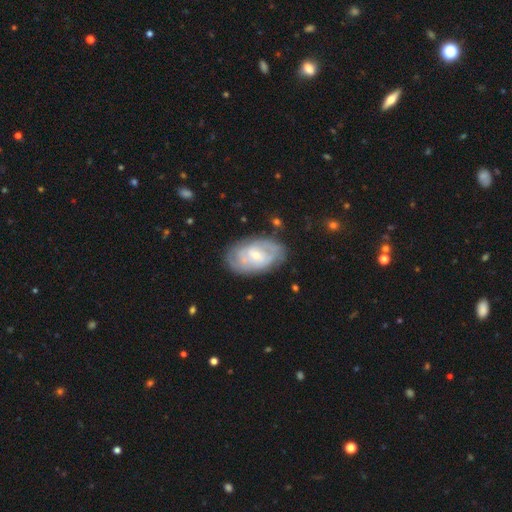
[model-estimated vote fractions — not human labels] Smooth or featured? featured or disk (74%)
Edge-on disk? no (96%)
Bar? weak (44%)
Spiral arms? yes (83%)
Spiral winding? tight (62%)
Spiral arm count? can't tell (45%)
Bulge size? small (64%)
Merging? none (76%)